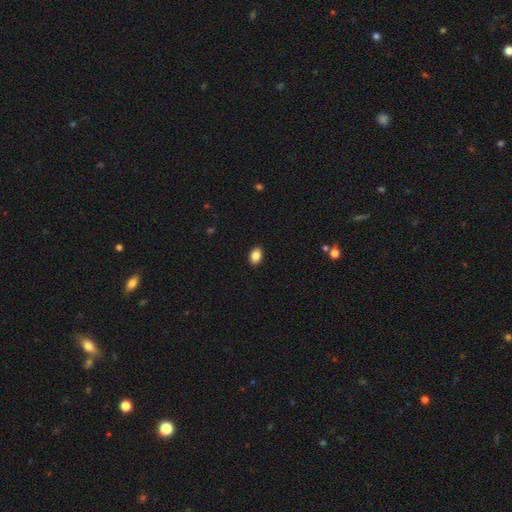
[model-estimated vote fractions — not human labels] smooth 87%, star or artifact 8%, featured or disk 5%. Down the decision tree: how rounded — in between (84%); merging — none (91%).